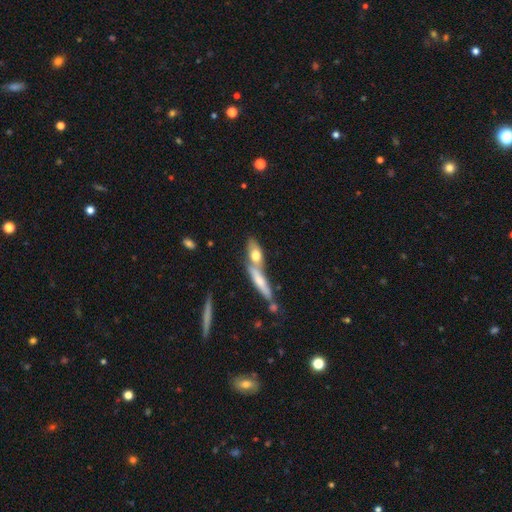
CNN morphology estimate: type=smooth (63%); roundness=in between (54%); merging=merger (47%).